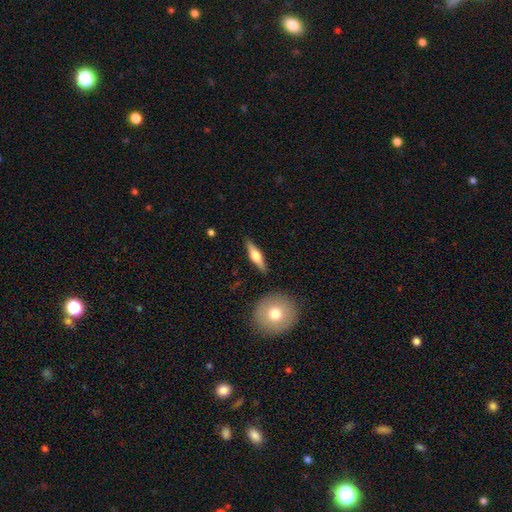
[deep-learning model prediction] Smooth or featured?
  - featured or disk: 53% *
  - smooth: 42%
  - star or artifact: 5%
Edge-on disk?
  - yes: 94% *
  - no: 6%
Merging?
  - none: 87% *
  - minor disturbance: 8%
  - merger: 2%
  - major disturbance: 2%